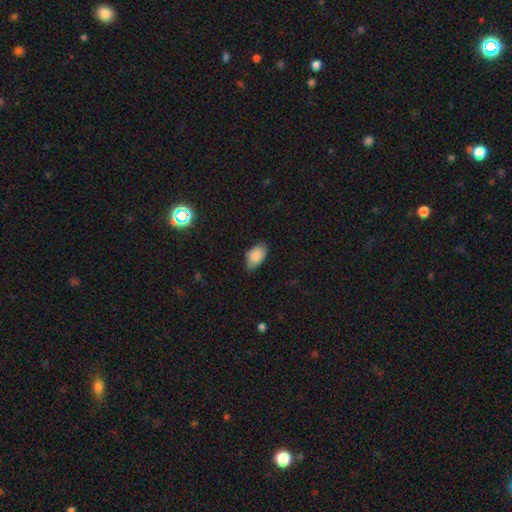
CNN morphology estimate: Smooth or featured? smooth (85%)
How rounded? in between (92%)
Merging? none (69%)